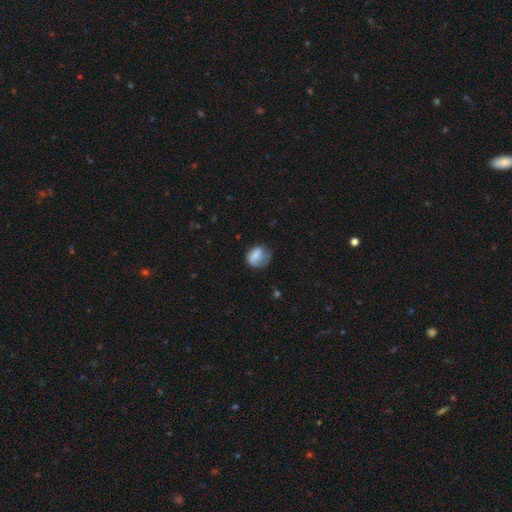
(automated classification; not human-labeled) Q: Smooth or featured?
A: smooth (71%); runner-up: featured or disk (20%)
Q: How rounded?
A: round (57%); runner-up: in between (42%)
Q: Merging?
A: none (45%); runner-up: minor disturbance (31%)